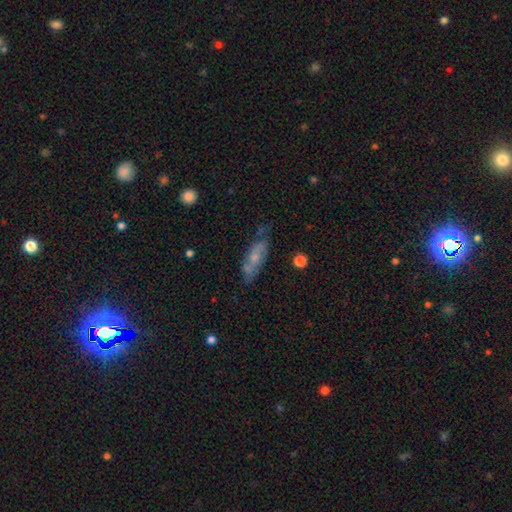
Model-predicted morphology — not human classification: Smooth or featured? Predicted: smooth (p=0.55). How rounded? Predicted: in between (p=0.59). Merging? Predicted: none (p=0.57).